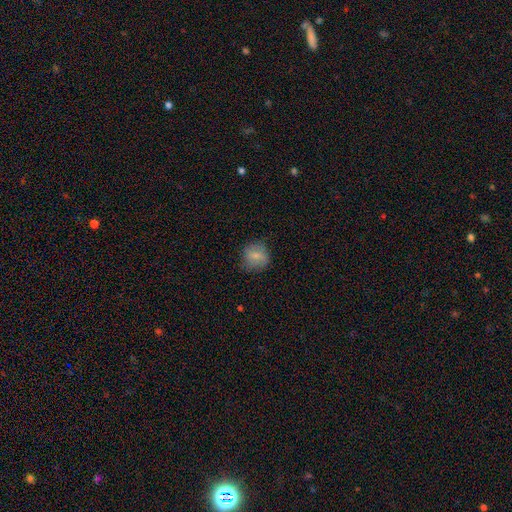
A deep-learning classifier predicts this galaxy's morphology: Q: Smooth or featured?
A: smooth (75%); runner-up: featured or disk (15%)
Q: How rounded?
A: round (80%); runner-up: in between (19%)
Q: Merging?
A: none (74%); runner-up: minor disturbance (19%)